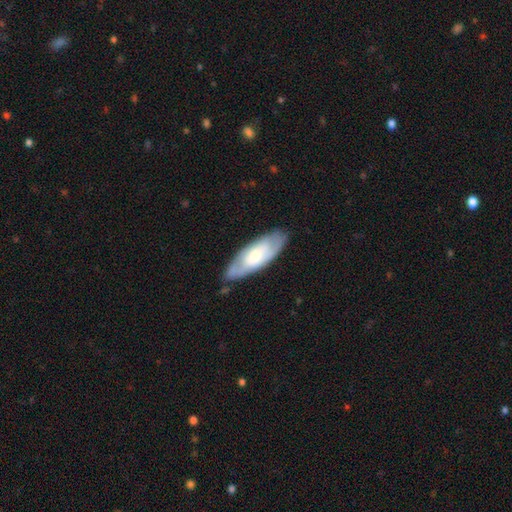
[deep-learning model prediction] This appears to be a featured or disk galaxy (58%). Merging: none (79%).